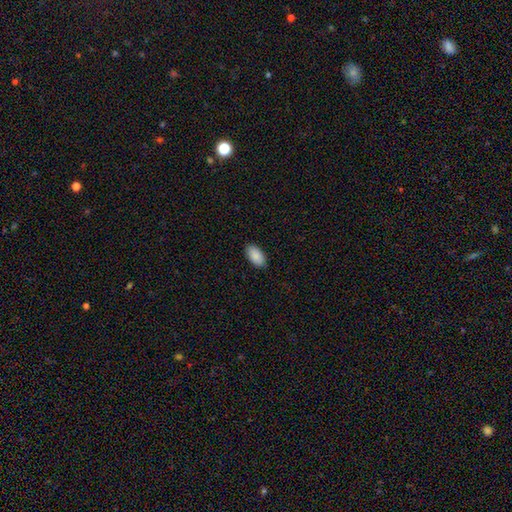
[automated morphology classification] Smooth or featured? Predicted: smooth (p=0.90). How rounded? Predicted: in between (p=0.96). Merging? Predicted: none (p=0.89).